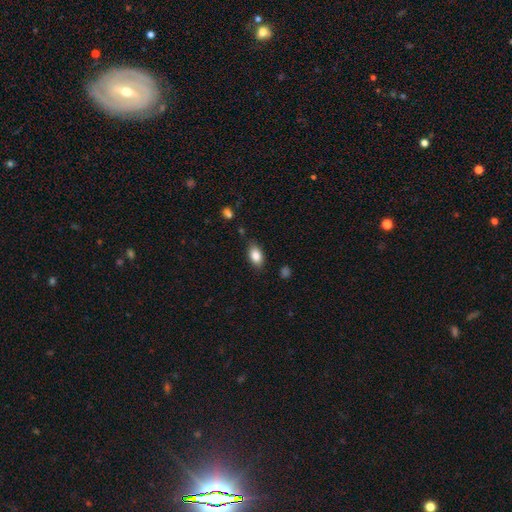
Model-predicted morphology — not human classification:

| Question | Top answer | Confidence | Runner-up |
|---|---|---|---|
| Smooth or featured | smooth | 85% | featured or disk (8%) |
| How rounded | in between | 90% | round (7%) |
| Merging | none | 82% | minor disturbance (14%) |